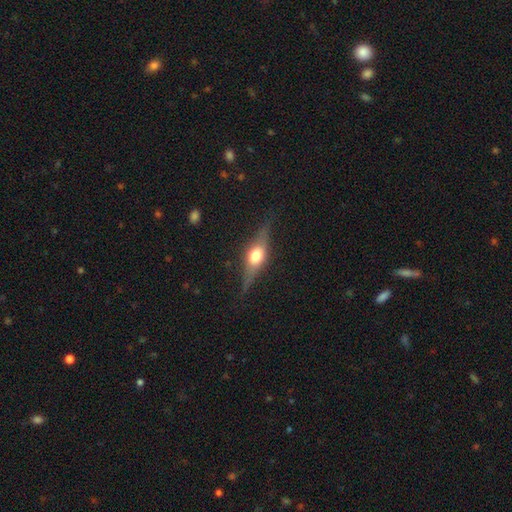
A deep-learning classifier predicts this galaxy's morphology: This is likely a featured or disk galaxy (61%). It is clearly viewed edge-on (93%). Edge-on bulge: clearly rounded (93%). Merging: clearly none (81%).